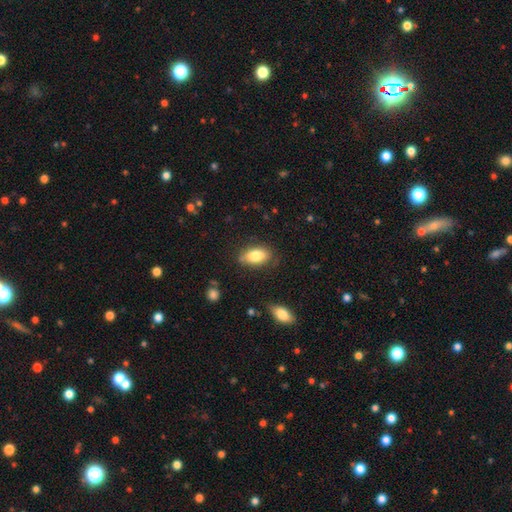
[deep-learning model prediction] The model was most divided on "merging": none: 77%, minor disturbance: 17%, major disturbance: 4%, merger: 2%. More confident: how rounded — in between (90%); smooth or featured — smooth (81%).